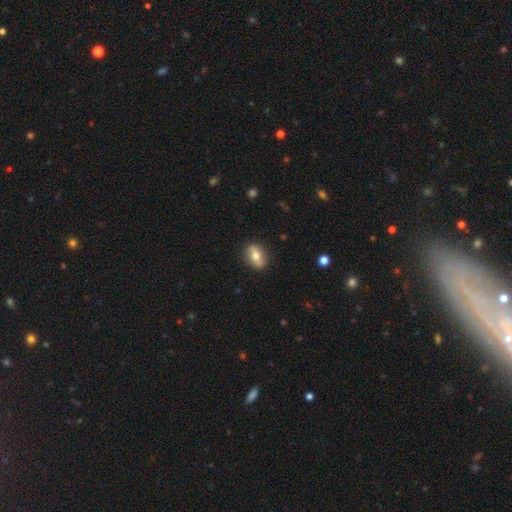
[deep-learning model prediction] A smooth galaxy with no disk features (62%) that is in between round and cigar-shaped (72%). Merging: none (86%).